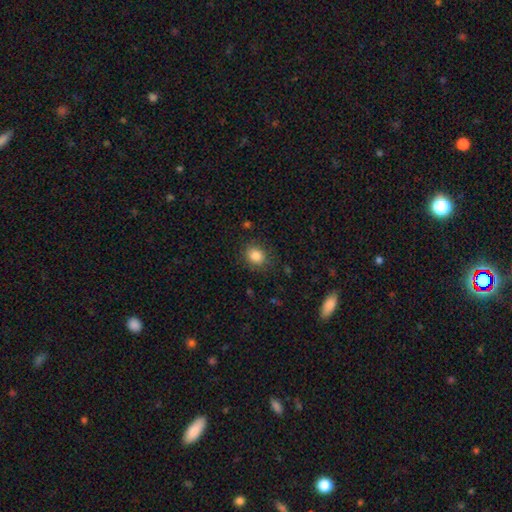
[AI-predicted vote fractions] Smooth or featured? Predicted: smooth (p=0.86). How rounded? Predicted: round (p=0.62). Merging? Predicted: none (p=0.83).